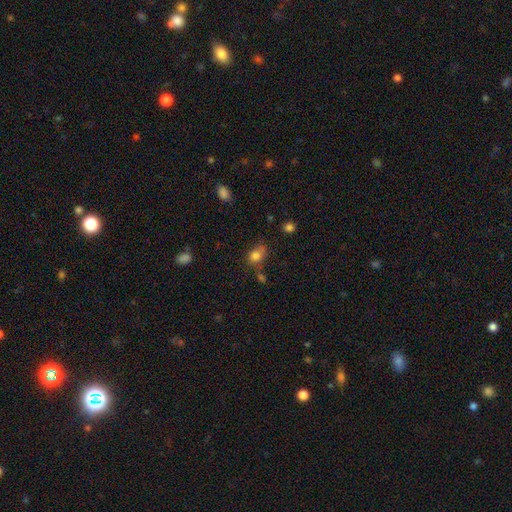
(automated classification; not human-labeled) Smooth or featured? Predicted: smooth (p=0.80). How rounded? Predicted: in between (p=0.62). Merging? Predicted: none (p=0.54).